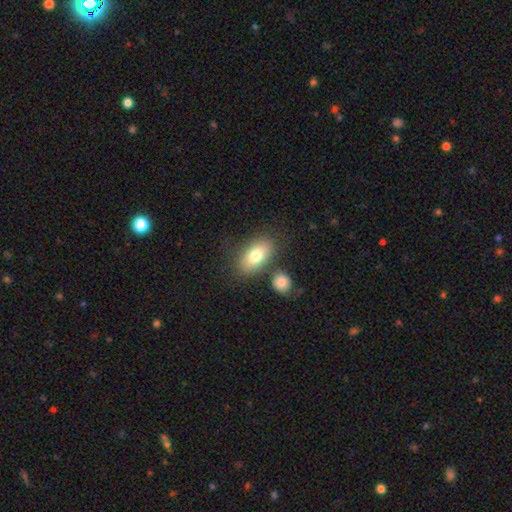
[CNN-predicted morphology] Overall: smooth (77%). How rounded: in between (90%). Merging: none (70%).